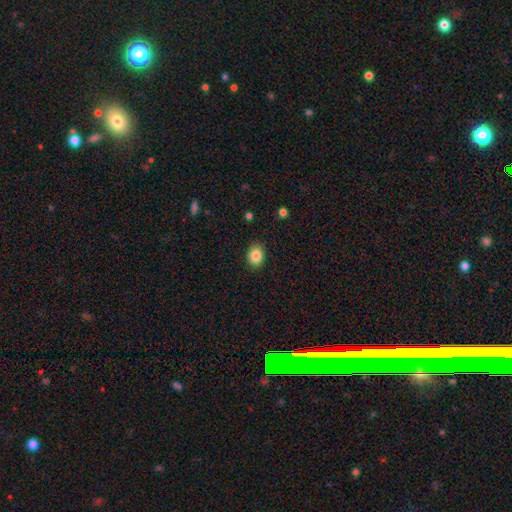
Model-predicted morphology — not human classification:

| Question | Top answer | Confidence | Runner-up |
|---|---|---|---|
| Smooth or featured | smooth | 86% | star or artifact (9%) |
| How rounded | in between | 60% | round (39%) |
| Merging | none | 87% | minor disturbance (10%) |